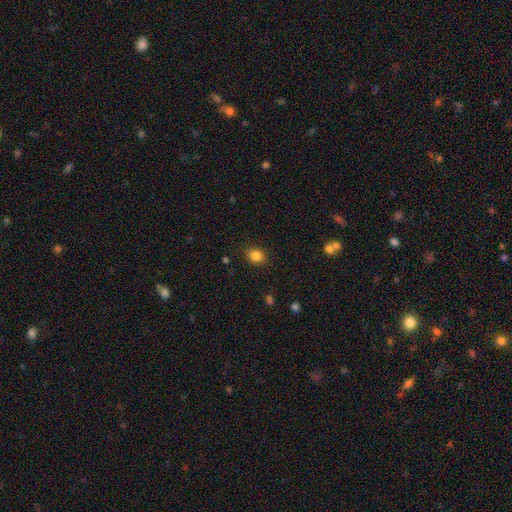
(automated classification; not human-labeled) A smooth galaxy with no disk features (84%) that is round (62%).

Vote fractions:
- Smooth or featured? smooth: 84% / star or artifact: 11% / featured or disk: 5%
- How rounded? round: 62% / in between: 37% / cigar-shaped: 1%
- Merging? none: 87% / minor disturbance: 10% / major disturbance: 3% / merger: 1%